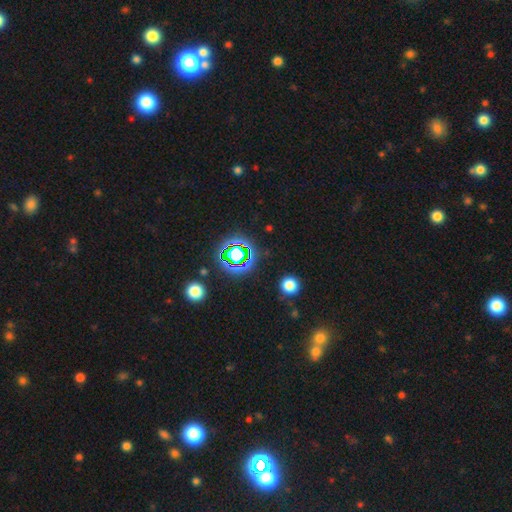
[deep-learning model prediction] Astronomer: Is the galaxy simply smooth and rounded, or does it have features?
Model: star or artifact — 68%.